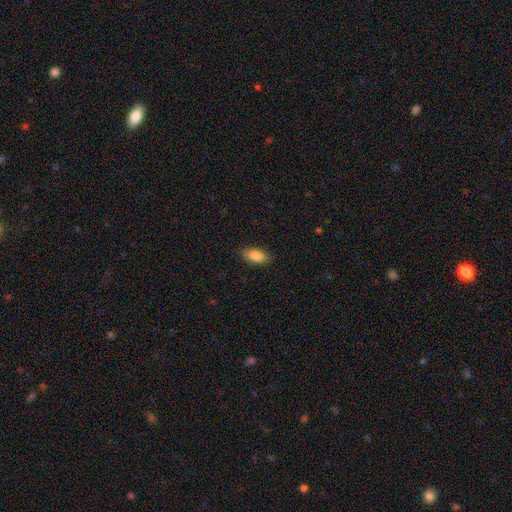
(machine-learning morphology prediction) Smooth or featured?
  - smooth: 87% *
  - star or artifact: 7%
  - featured or disk: 7%
How rounded?
  - in between: 85% *
  - cigar-shaped: 12%
  - round: 2%
Merging?
  - none: 87% *
  - minor disturbance: 9%
  - major disturbance: 2%
  - merger: 1%